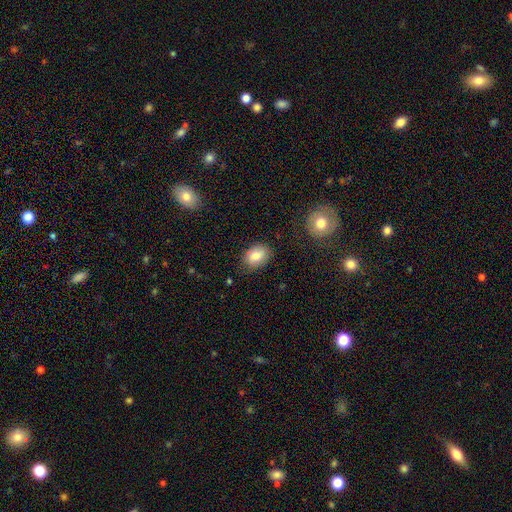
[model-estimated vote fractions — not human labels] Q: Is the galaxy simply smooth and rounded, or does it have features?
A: smooth — 80%.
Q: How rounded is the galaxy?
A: in between — 74%.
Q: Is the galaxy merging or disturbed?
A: none — 77%.